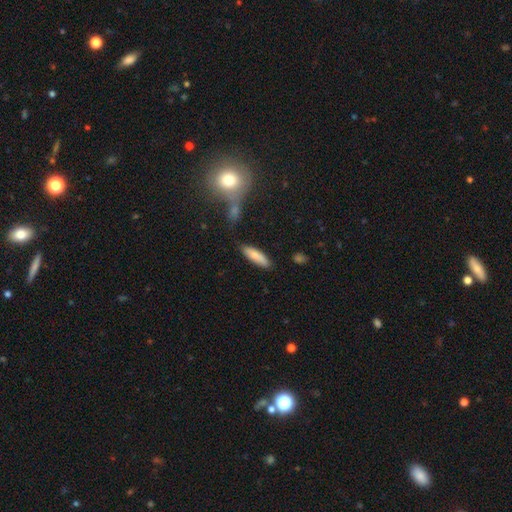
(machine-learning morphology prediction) A smooth galaxy with no disk features (79%) that is cigar-shaped (57%).

Vote fractions:
- Smooth or featured? smooth: 79% / featured or disk: 15% / star or artifact: 7%
- How rounded? cigar-shaped: 57% / in between: 41% / round: 2%
- Merging? none: 80% / minor disturbance: 14% / merger: 3% / major disturbance: 3%